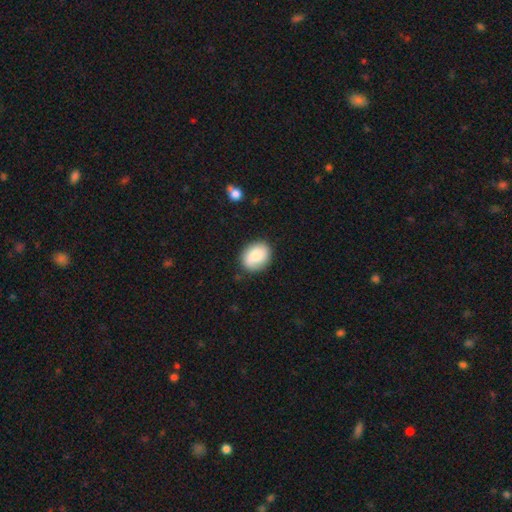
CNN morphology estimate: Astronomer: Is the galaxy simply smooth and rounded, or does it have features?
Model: smooth — 80%.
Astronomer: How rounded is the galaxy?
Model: in between — 52% (runner-up: round, 47%).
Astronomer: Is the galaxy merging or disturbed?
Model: none — 80%.